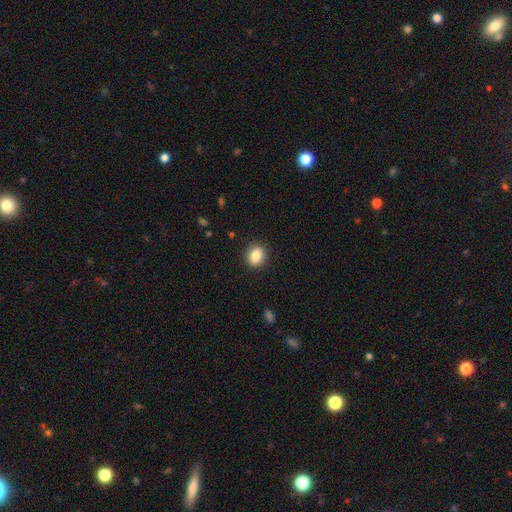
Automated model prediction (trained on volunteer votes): Smooth or featured? Predicted: smooth (p=0.86). How rounded? Predicted: round (p=0.51). Merging? Predicted: none (p=0.89).